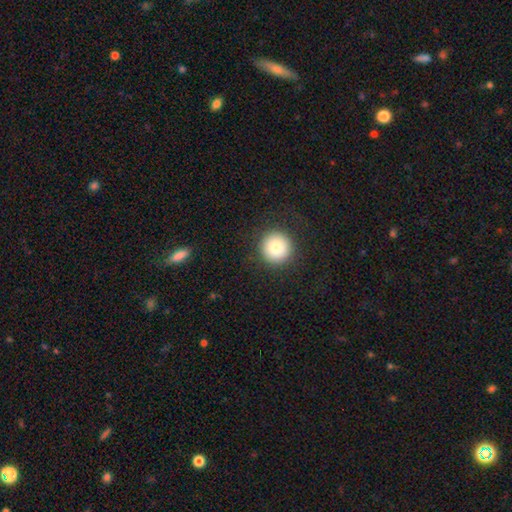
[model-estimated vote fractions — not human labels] This appears to be a smooth galaxy with no disk features (62%) that is round (93%). Merging: none (91%).